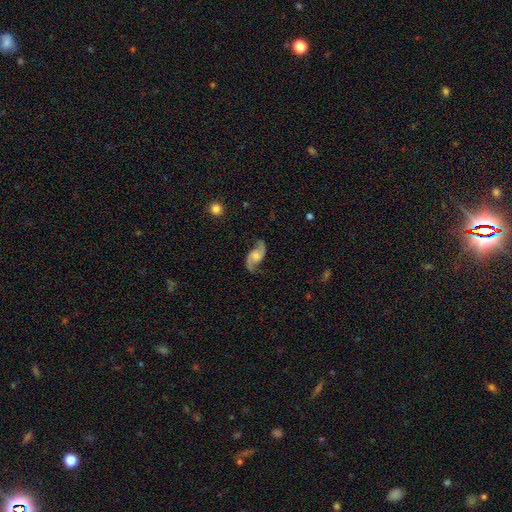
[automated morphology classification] Smooth or featured?
  - featured or disk: 88% *
  - smooth: 7%
  - star or artifact: 5%
Edge-on disk?
  - no: 97% *
  - yes: 3%
Bar?
  - no: 57% *
  - weak: 34%
  - strong: 9%
Spiral arms?
  - yes: 97% *
  - no: 3%
Spiral winding?
  - loose: 69% *
  - medium: 25%
  - tight: 6%
Spiral arm count?
  - 2: 94% *
  - can't tell: 2%
  - 1: 2%
  - 3: 1%
  - 4: 1%
  - more than 4: 1%
Bulge size?
  - moderate: 47% *
  - small: 37%
  - none: 9%
  - large: 6%
  - dominant: 2%
Merging?
  - none: 79% *
  - minor disturbance: 14%
  - major disturbance: 6%
  - merger: 2%